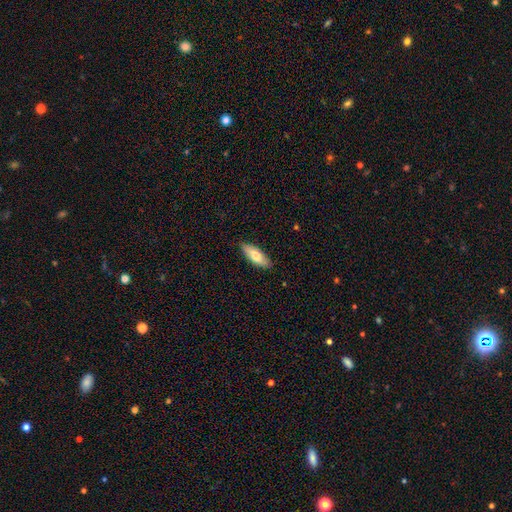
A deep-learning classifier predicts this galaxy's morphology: smooth_or_featured: smooth (p=0.72) [alt: featured or disk p=0.22]
how_rounded: in between (p=0.69) [alt: cigar-shaped p=0.29]
merging: none (p=0.85) [alt: minor disturbance p=0.12]